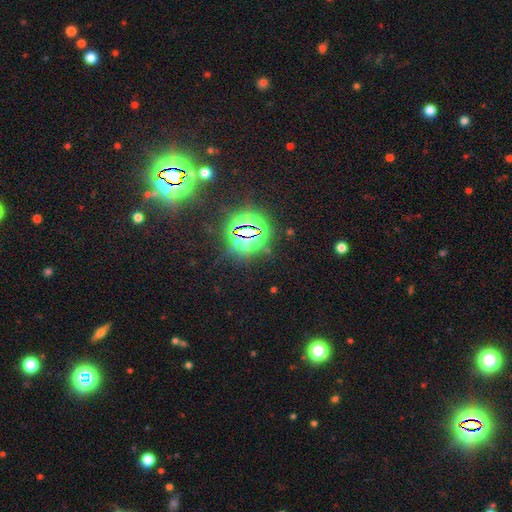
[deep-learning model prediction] This appears to be a star or artifact, not a galaxy (84%).